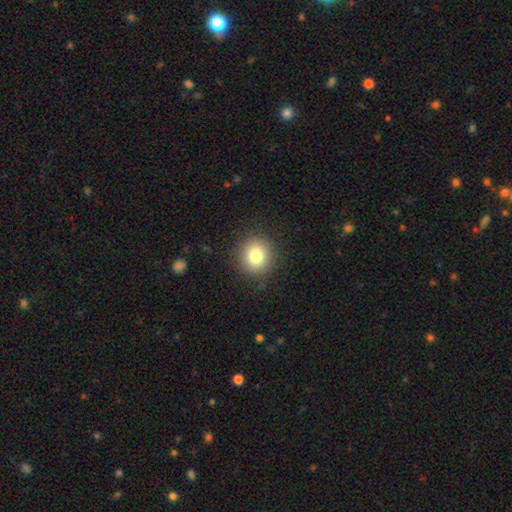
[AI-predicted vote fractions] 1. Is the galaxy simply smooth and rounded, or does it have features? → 80% smooth, 11% star or artifact, 9% featured or disk.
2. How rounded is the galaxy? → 89% round, 10% in between, 1% cigar-shaped.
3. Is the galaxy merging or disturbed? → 89% none, 7% minor disturbance, 3% major disturbance, 1% merger.